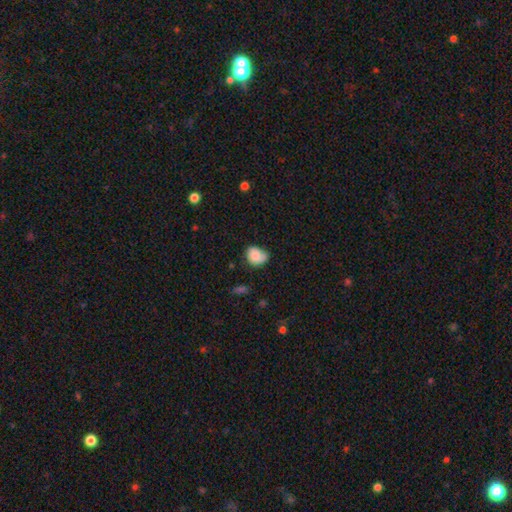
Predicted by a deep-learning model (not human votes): Smooth or featured? Predicted: smooth (p=0.78). How rounded? Predicted: round (p=0.52). Merging? Predicted: none (p=0.51).